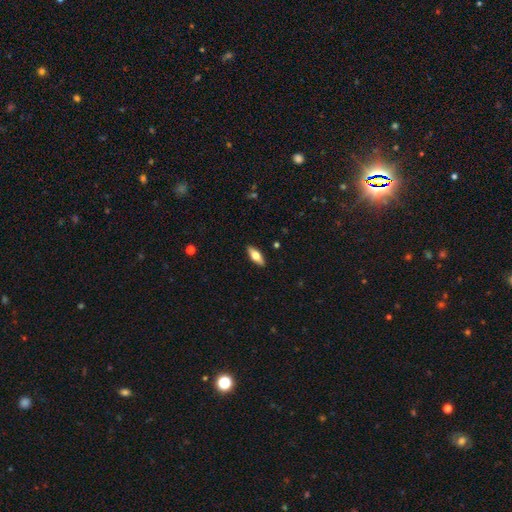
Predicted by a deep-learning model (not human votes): smooth-or-featured: smooth: 62% | featured or disk: 32% | star or artifact: 6%
  how-rounded: in between: 69% | cigar-shaped: 28% | round: 3%
  merging: none: 89% | minor disturbance: 8% | major disturbance: 2% | merger: 1%